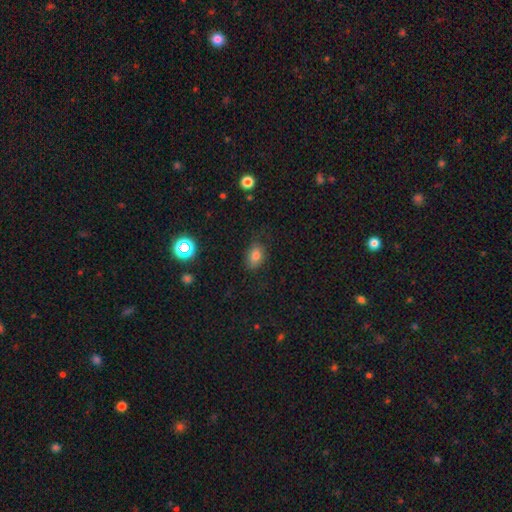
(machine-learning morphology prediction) A smooth galaxy with no disk features (78%) that is in between round and cigar-shaped (78%). Merging: none (72%).